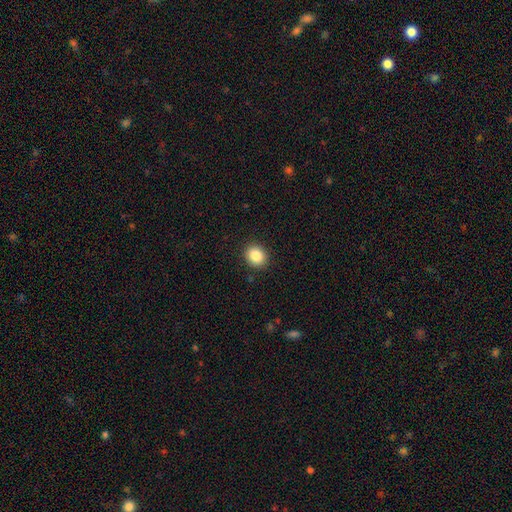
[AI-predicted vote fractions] Overall: smooth (86%). How rounded: round (66%; in between 33%). Merging: none (90%).